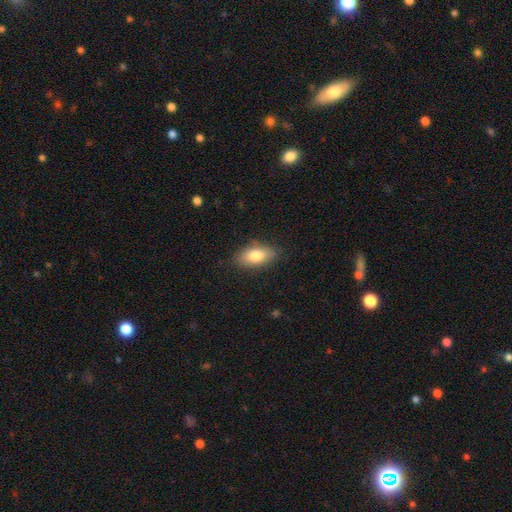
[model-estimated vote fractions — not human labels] smooth-or-featured: smooth: 80% | featured or disk: 13% | star or artifact: 7%
  how-rounded: in between: 89% | cigar-shaped: 6% | round: 6%
  merging: none: 82% | minor disturbance: 14% | major disturbance: 3% | merger: 1%